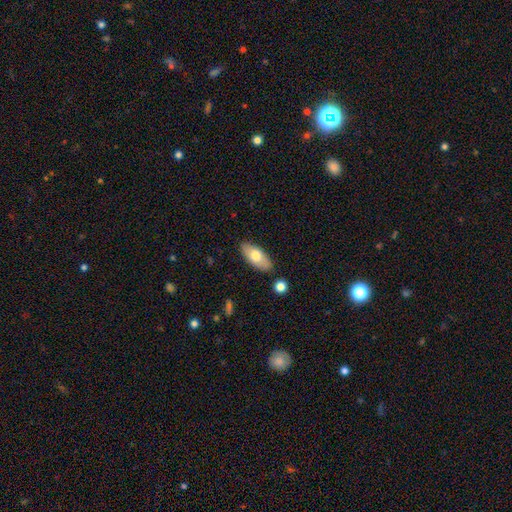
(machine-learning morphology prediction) smooth_or_featured: smooth (p=0.70) [alt: featured or disk p=0.24]
how_rounded: in between (p=0.88) [alt: cigar-shaped p=0.10]
merging: none (p=0.84) [alt: minor disturbance p=0.11]